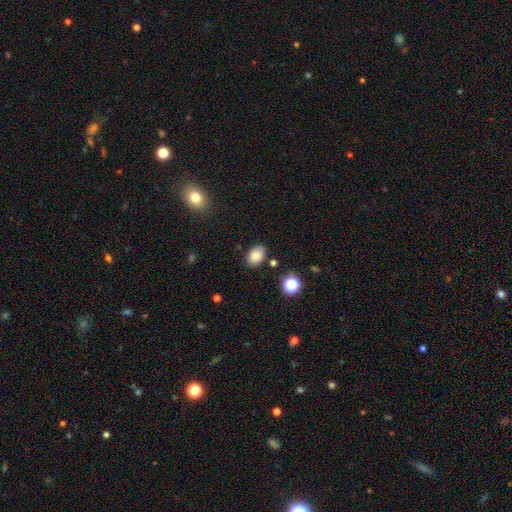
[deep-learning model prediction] The model was most divided on "how rounded": in between: 78%, round: 21%, cigar-shaped: 1%. More confident: smooth or featured — smooth (85%); merging — none (81%).